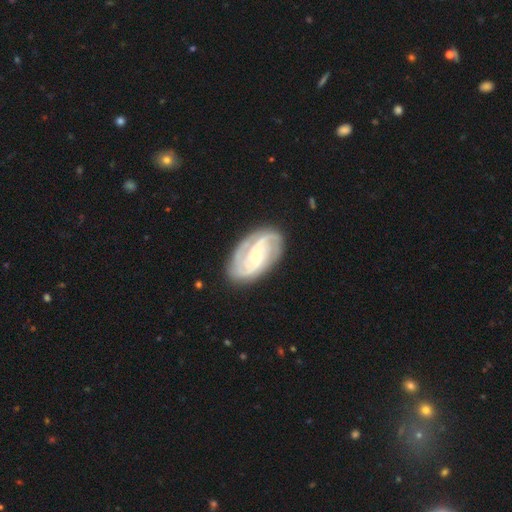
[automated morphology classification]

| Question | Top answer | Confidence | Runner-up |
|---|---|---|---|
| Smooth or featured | featured or disk | 88% | smooth (8%) |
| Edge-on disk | no | 97% | yes (3%) |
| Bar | no | 58% | weak (31%) |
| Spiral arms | yes | 97% | no (3%) |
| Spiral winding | tight | 55% | medium (36%) |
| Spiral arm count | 2 | 39% | 3 (31%) |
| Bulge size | small | 62% | moderate (35%) |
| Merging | none | 80% | minor disturbance (14%) |